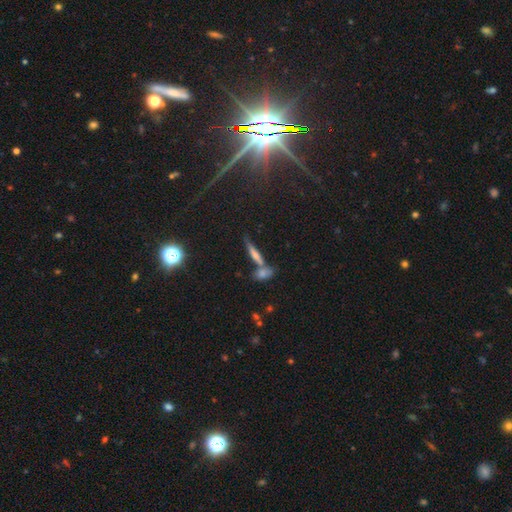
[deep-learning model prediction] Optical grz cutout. It shows a smooth galaxy with no disk features (44%). Merging: none (48%).